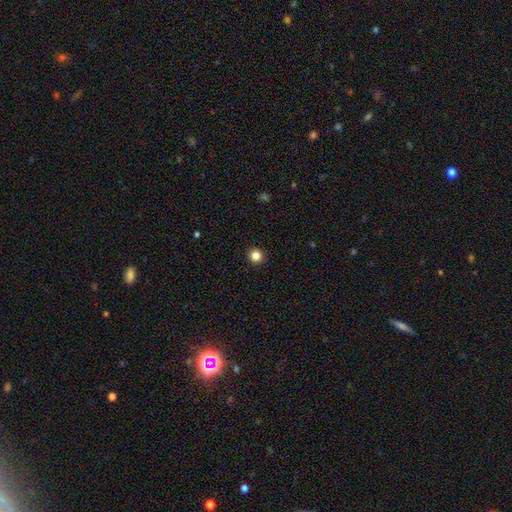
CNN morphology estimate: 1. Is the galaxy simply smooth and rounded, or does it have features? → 85% smooth, 12% star or artifact, 4% featured or disk.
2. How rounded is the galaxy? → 95% round, 4% in between, 1% cigar-shaped.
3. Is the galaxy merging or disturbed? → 94% none, 4% minor disturbance, 1% major disturbance, 1% merger.